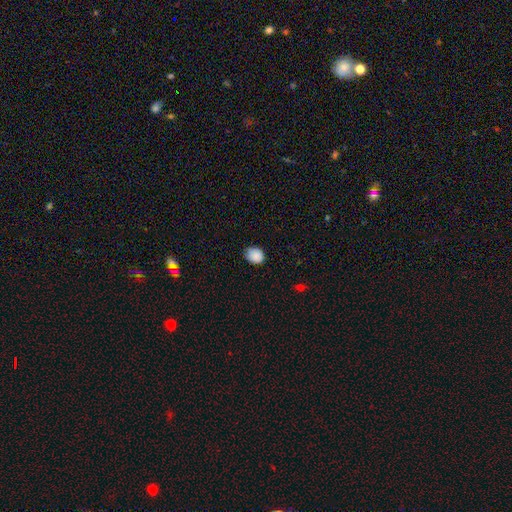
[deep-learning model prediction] smooth-or-featured: smooth: 88% | star or artifact: 8% | featured or disk: 4%
  how-rounded: round: 53% | in between: 46% | cigar-shaped: 1%
  merging: none: 74% | minor disturbance: 22% | major disturbance: 3% | merger: 1%